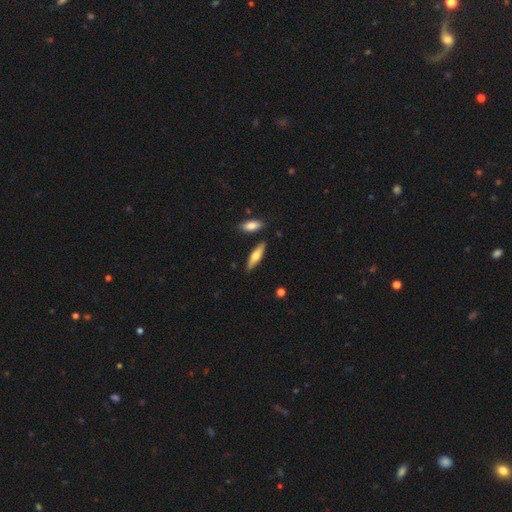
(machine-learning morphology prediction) smooth-or-featured: smooth: 57% | featured or disk: 37% | star or artifact: 6%
  how-rounded: cigar-shaped: 63% | in between: 35% | round: 2%
  merging: none: 83% | minor disturbance: 10% | merger: 4% | major disturbance: 2%